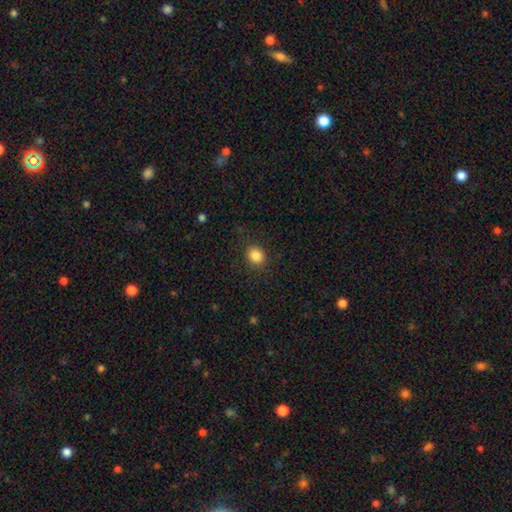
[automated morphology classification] Smooth or featured? smooth (85%)
How rounded? round (78%)
Merging? none (88%)